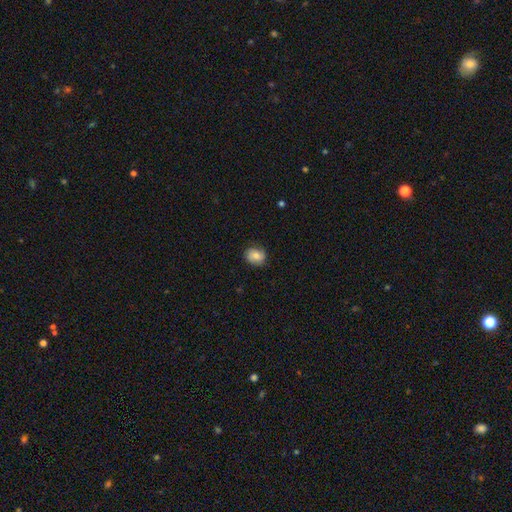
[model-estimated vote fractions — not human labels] This appears to be a smooth galaxy with no disk features (65%) that is round (63%). Merging: none (79%).